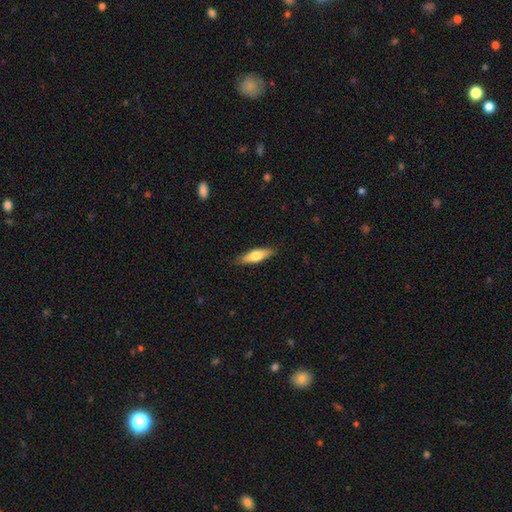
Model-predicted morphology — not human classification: The model was most divided on "how rounded": cigar-shaped: 53%, in between: 45%, round: 2%. More confident: merging — none (86%); smooth or featured — smooth (63%).